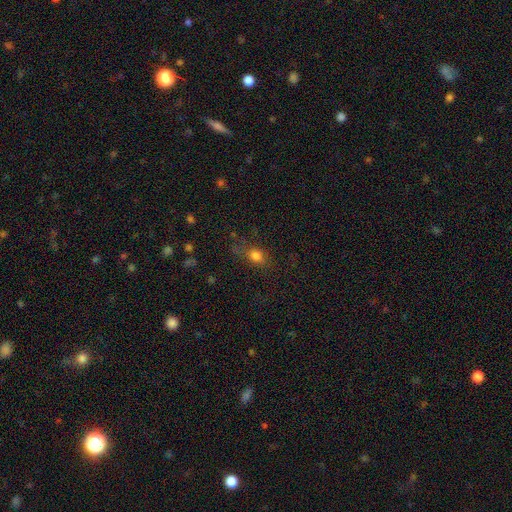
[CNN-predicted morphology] Smooth or featured? Predicted: smooth (p=0.75). How rounded? Predicted: in between (p=0.54). Merging? Predicted: none (p=0.64).